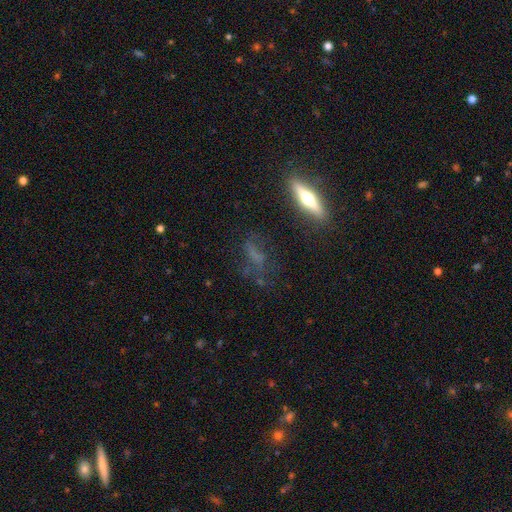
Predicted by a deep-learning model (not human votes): Smooth or featured? Predicted: featured or disk (p=0.44). Merging? Predicted: none (p=0.61).